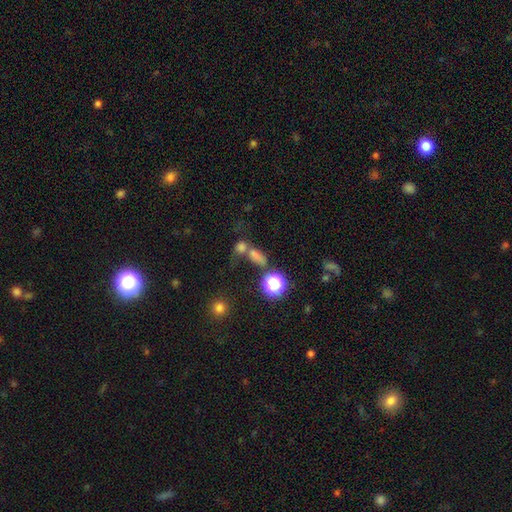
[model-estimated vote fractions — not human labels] smooth-or-featured: smooth: 65% | star or artifact: 24% | featured or disk: 11%
  how-rounded: in between: 61% | round: 31% | cigar-shaped: 8%
  merging: merger: 45% | none: 36% | minor disturbance: 10% | major disturbance: 9%